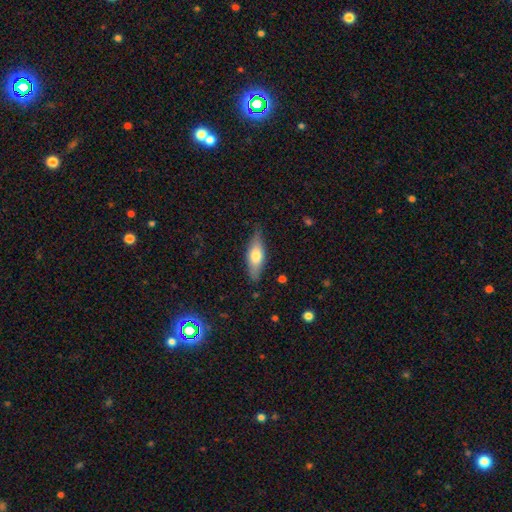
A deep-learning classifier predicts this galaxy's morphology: type=smooth (63%); roundness=in between (62%); merging=none (80%).